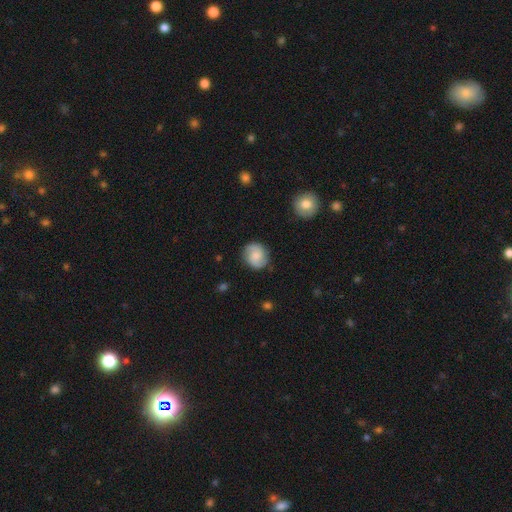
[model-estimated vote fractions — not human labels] This appears to be a featured or disk galaxy (51%) with no bar (58%), spiral arms (93%) and a moderate central bulge (32%). Merging: none (82%).